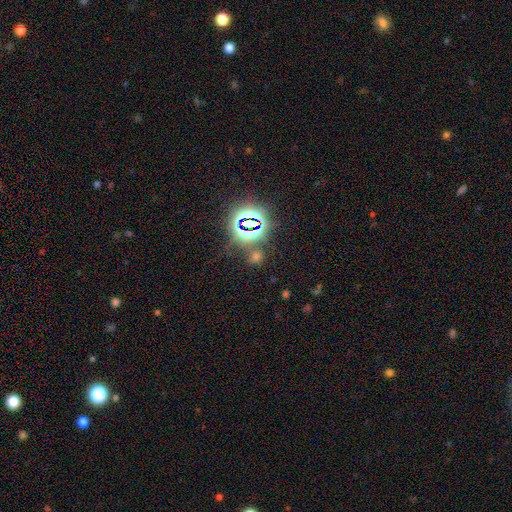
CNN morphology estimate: Q: Smooth or featured?
A: star or artifact (59%); runner-up: smooth (34%)